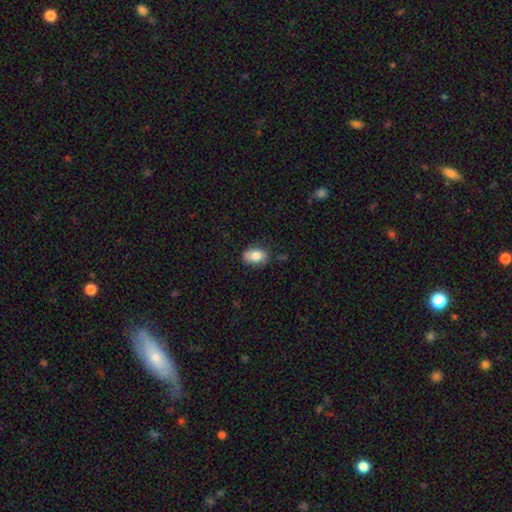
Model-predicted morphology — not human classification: A smooth galaxy with no disk features (81%) that is in between round and cigar-shaped (82%).

Vote fractions:
- Smooth or featured? smooth: 81% / featured or disk: 12% / star or artifact: 8%
- How rounded? in between: 82% / round: 16% / cigar-shaped: 2%
- Merging? none: 71% / minor disturbance: 22% / major disturbance: 5% / merger: 2%